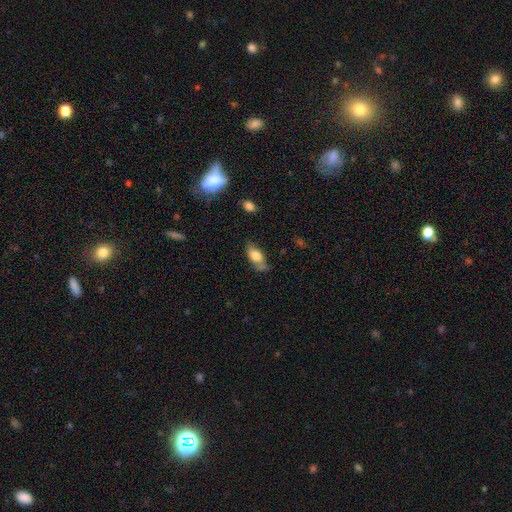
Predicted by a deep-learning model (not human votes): Overall: smooth (75%). How rounded: in between (88%). Merging: none (52%; minor disturbance 30%).